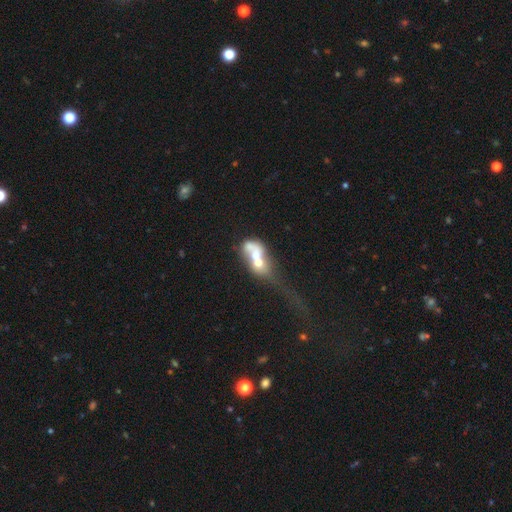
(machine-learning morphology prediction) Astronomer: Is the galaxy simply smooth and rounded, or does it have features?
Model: smooth — 47% (runner-up: featured or disk, 43%).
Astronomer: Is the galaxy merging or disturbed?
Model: merger — 73%.